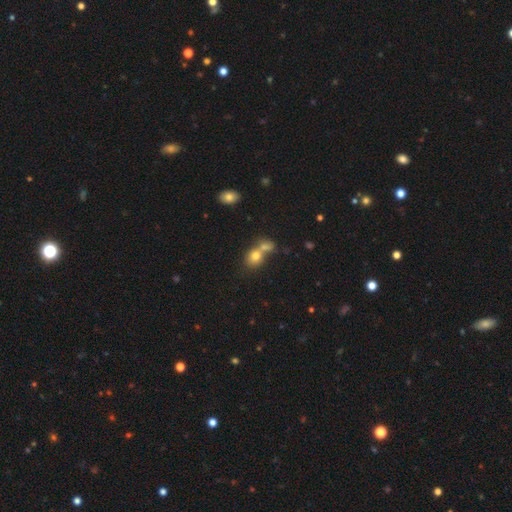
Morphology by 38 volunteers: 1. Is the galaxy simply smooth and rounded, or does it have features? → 87% smooth, 13% featured or disk, 0% star or artifact.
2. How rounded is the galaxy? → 64% round, 36% in between, 0% cigar-shaped.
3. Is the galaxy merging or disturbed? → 63% merger, 24% none, 11% minor disturbance, 3% major disturbance.